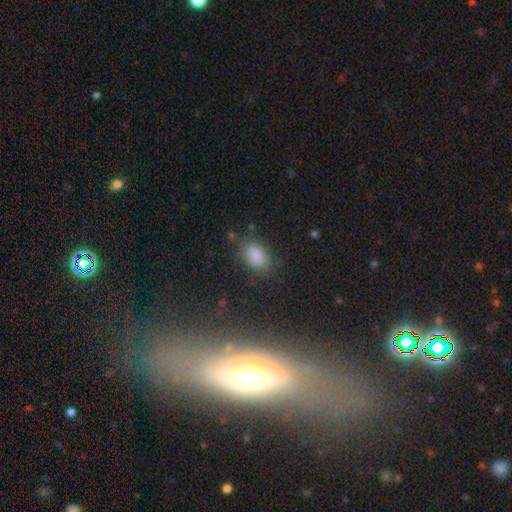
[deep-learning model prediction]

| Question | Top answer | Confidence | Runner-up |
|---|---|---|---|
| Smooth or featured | smooth | 84% | star or artifact (10%) |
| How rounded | in between | 84% | round (14%) |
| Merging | none | 75% | minor disturbance (17%) |